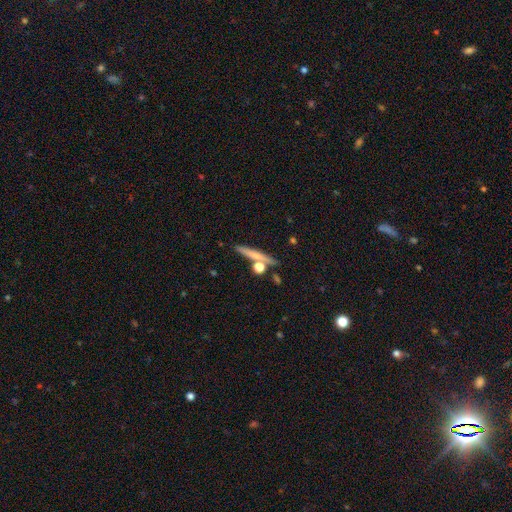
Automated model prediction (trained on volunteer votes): Smooth or featured? smooth (59%)
How rounded? cigar-shaped (84%)
Merging? none (72%)